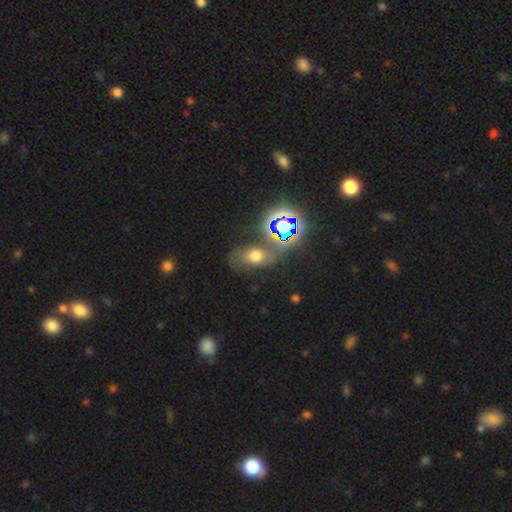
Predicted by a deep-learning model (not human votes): smooth_or_featured: smooth (p=0.46) [alt: star or artifact p=0.31]
merging: none (p=0.59) [alt: minor disturbance p=0.19]